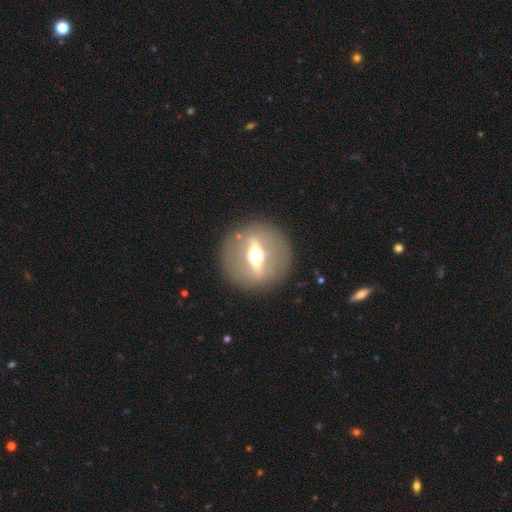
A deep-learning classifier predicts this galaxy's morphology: A featured or disk galaxy (78%) viewed edge-on (59%). Merging: none (88%).